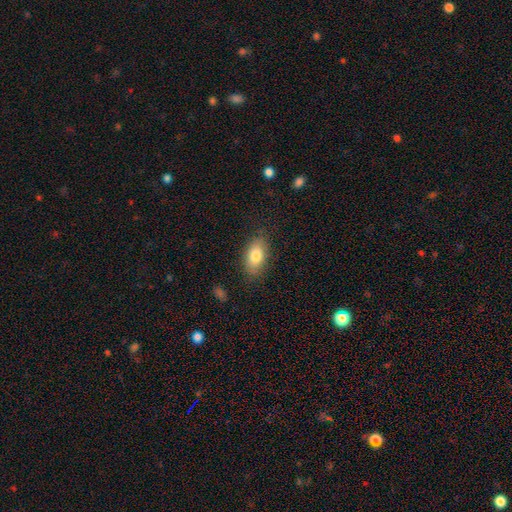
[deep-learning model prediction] Q: Smooth or featured?
A: smooth (81%); runner-up: featured or disk (12%)
Q: How rounded?
A: in between (90%); runner-up: round (5%)
Q: Merging?
A: none (83%); runner-up: minor disturbance (12%)